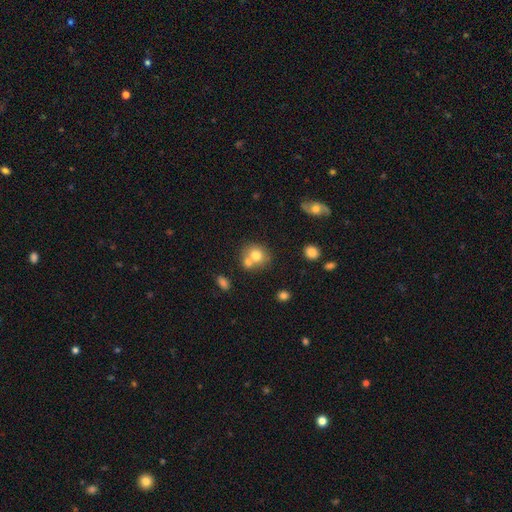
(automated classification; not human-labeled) This is likely a smooth galaxy (72%). How rounded: likely round (79%). Merging: possibly none (45%).